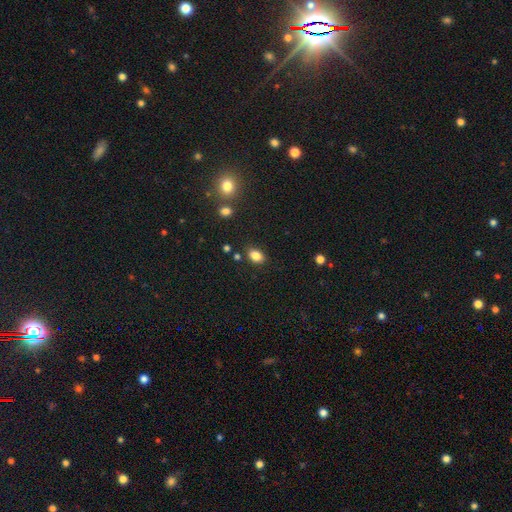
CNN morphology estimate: Smooth or featured: smooth — 84% (star or artifact — 10%)
How rounded: in between — 81% (round — 18%)
Merging: none — 82% (minor disturbance — 12%)